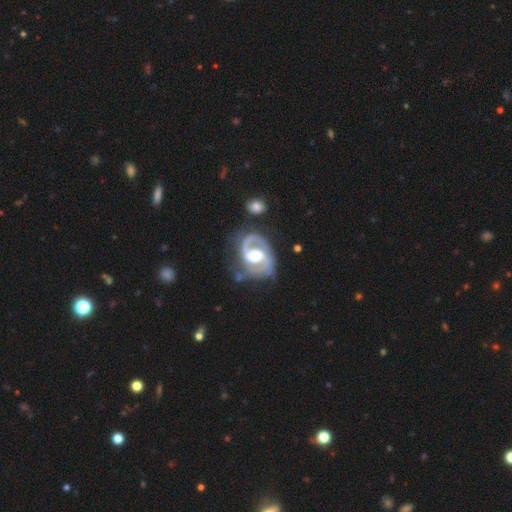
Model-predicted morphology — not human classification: Overall: featured or disk (91%). Edge-on disk: no (98%). Bar: weak (44%; no 32%). Spiral arms: yes (96%). Spiral arm count: 2 (85%). Spiral winding: medium (51%; tight 34%). Bulge size: moderate (65%; large 26%). Merging: none (61%; minor disturbance 22%).